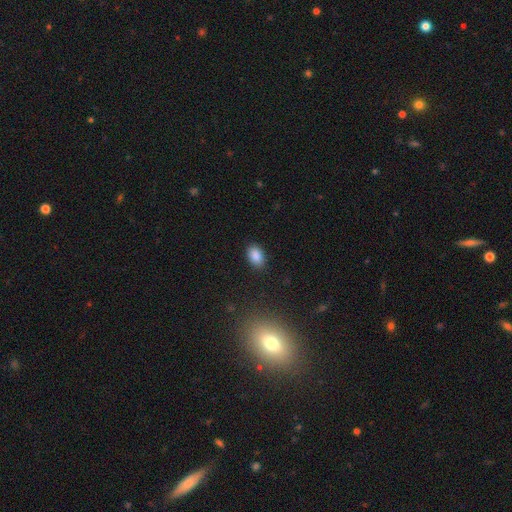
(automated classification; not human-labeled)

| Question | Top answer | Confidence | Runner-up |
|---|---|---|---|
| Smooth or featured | smooth | 88% | star or artifact (9%) |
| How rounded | in between | 87% | round (12%) |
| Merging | none | 87% | minor disturbance (9%) |